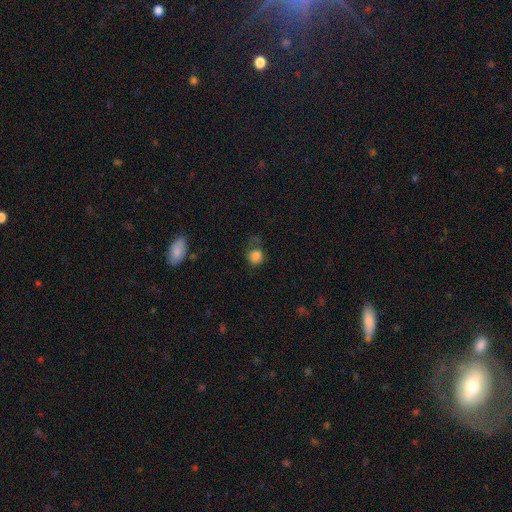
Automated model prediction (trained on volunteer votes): Overall: smooth (82%). How rounded: round (83%). Merging: none (55%; minor disturbance 24%).